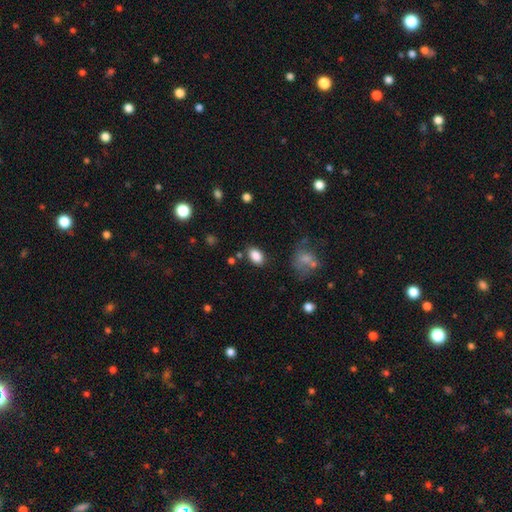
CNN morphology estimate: smooth-or-featured: smooth: 87% | star or artifact: 9% | featured or disk: 5%
  how-rounded: in between: 86% | round: 12% | cigar-shaped: 1%
  merging: none: 81% | minor disturbance: 12% | major disturbance: 4% | merger: 4%